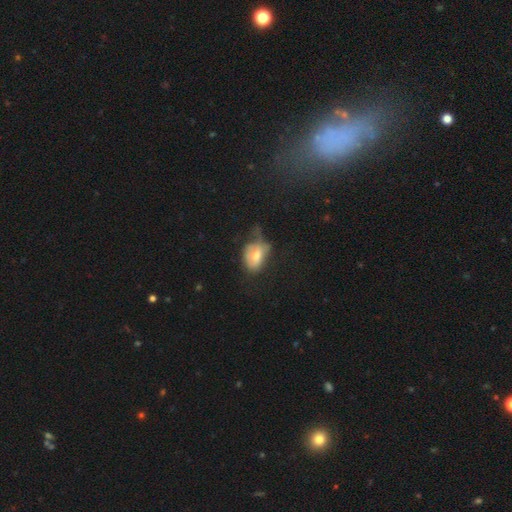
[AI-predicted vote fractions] This appears to be a smooth galaxy with no disk features (62%) that is in between round and cigar-shaped (84%). Merging: major disturbance (35%, tied with minor disturbance).